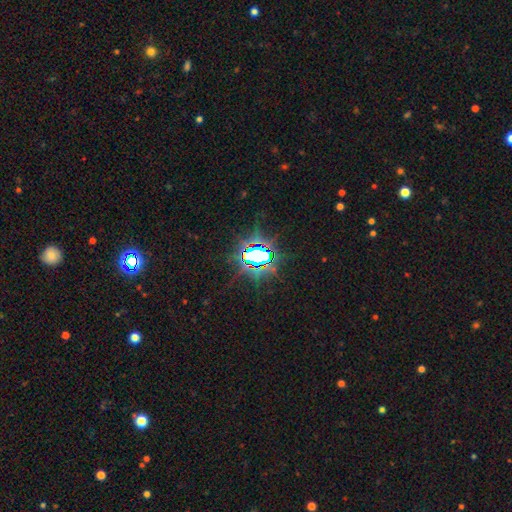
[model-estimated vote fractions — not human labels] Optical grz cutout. It shows a star or artifact, not a galaxy (78%).